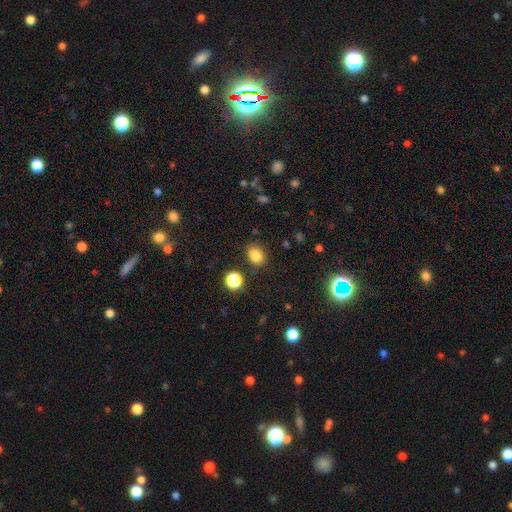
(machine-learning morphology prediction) This appears to be a smooth galaxy with no disk features (81%) that is in between round and cigar-shaped (56%). Merging: none (79%).